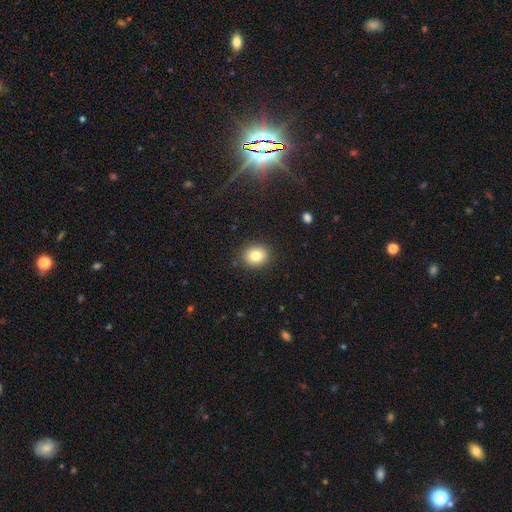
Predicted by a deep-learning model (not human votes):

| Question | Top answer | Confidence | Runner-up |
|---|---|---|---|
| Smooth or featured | smooth | 81% | star or artifact (11%) |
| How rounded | round | 67% | in between (32%) |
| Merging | none | 89% | minor disturbance (8%) |